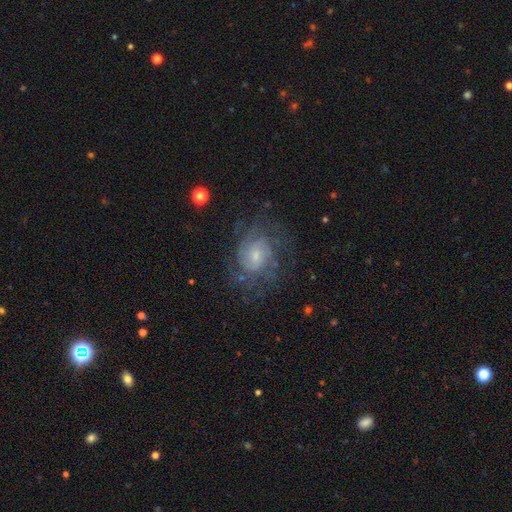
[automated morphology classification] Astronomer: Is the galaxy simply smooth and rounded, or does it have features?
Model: featured or disk — 75%.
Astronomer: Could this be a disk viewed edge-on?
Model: no — 97%.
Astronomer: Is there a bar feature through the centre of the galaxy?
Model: no — 58% (runner-up: weak, 37%).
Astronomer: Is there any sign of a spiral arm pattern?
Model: yes — 90%.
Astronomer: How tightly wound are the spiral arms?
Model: tight — 52% (runner-up: medium, 36%).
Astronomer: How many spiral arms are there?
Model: can't tell — 45%.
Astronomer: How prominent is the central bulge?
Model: small — 63%.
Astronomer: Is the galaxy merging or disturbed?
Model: none — 66%.